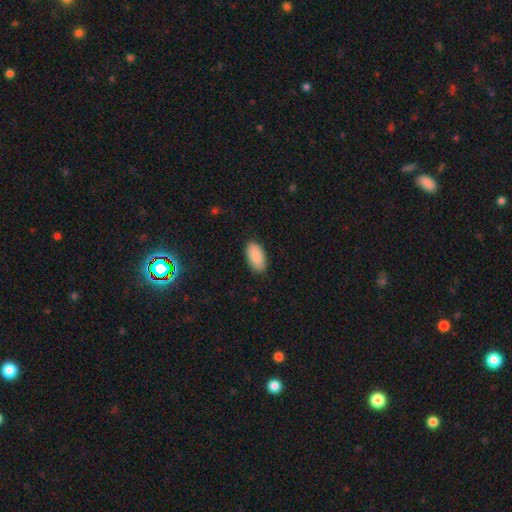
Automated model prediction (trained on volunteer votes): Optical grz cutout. It shows a smooth galaxy with no disk features (90%) that is in between round and cigar-shaped (95%). Merging: none (87%).